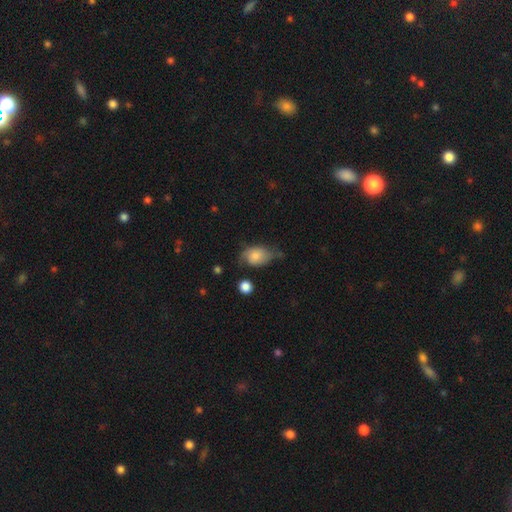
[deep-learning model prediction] The model was most divided on "merging": none: 44%, minor disturbance: 38%, major disturbance: 13%, merger: 4%. More confident: how rounded — in between (82%); smooth or featured — smooth (70%).